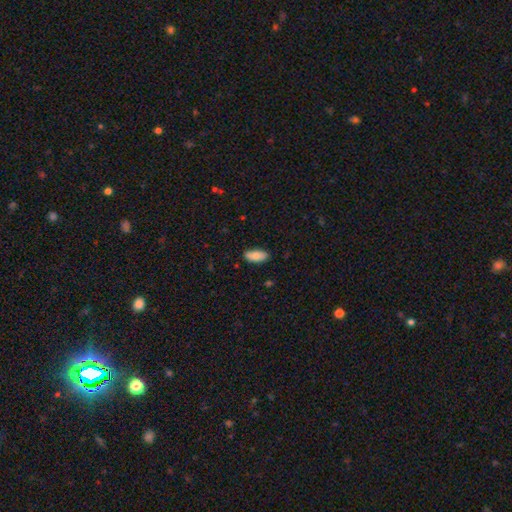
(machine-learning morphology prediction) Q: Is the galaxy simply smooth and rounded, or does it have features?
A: smooth — 86%.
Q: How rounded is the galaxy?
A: in between — 87%.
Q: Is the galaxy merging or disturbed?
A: none — 84%.